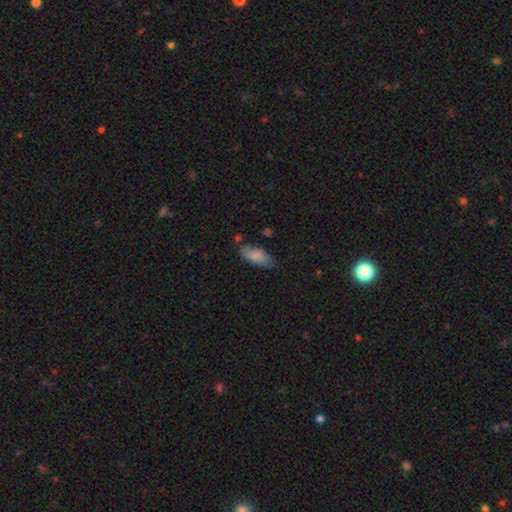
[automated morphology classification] Overall: smooth (82%). How rounded: in between (85%). Merging: none (68%).